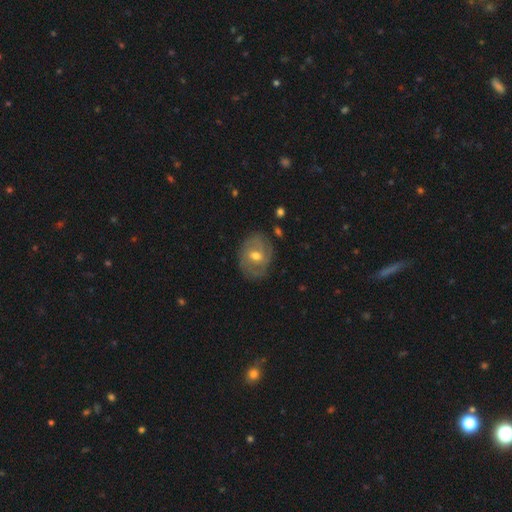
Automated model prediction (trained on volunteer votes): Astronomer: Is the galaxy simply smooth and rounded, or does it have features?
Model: featured or disk — 63%.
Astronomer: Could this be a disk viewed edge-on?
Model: no — 95%.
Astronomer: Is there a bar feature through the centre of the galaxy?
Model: no — 45% (runner-up: weak, 43%).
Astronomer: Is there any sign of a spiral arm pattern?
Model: yes — 66%.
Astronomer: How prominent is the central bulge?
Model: moderate — 74%.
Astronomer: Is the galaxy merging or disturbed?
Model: none — 75%.